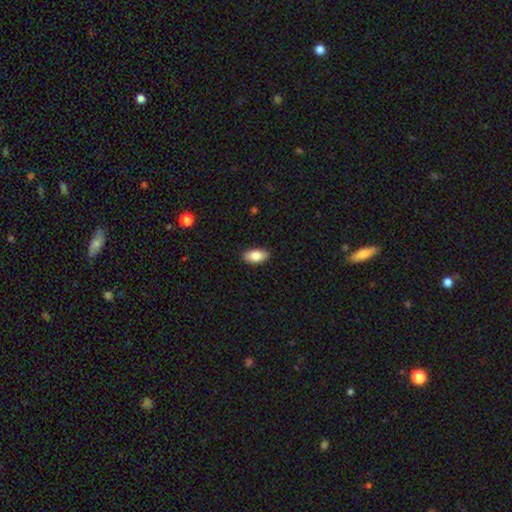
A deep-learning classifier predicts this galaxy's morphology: smooth_or_featured: smooth (p=0.84) [alt: featured or disk p=0.09]
how_rounded: in between (p=0.92) [alt: round p=0.04]
merging: none (p=0.89) [alt: minor disturbance p=0.09]